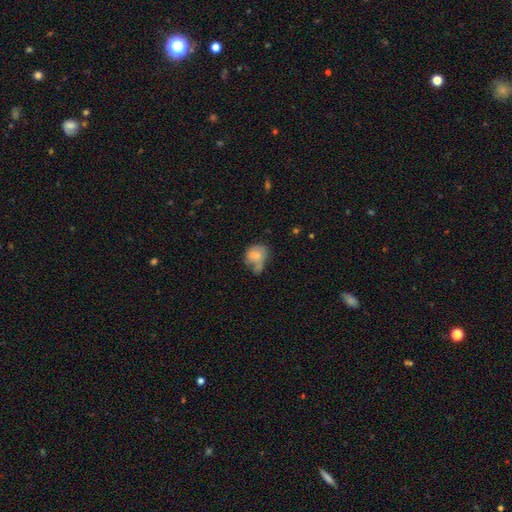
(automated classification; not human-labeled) smooth_or_featured: smooth (p=0.69) [alt: featured or disk p=0.21]
how_rounded: in between (p=0.55) [alt: round p=0.43]
merging: merger (p=0.29) [alt: none p=0.28]